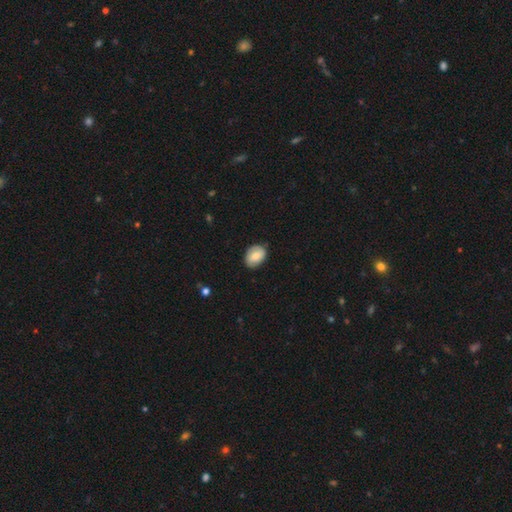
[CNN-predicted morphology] This is likely a smooth galaxy (75%). How rounded: likely in between (75%). Merging: likely none (78%).